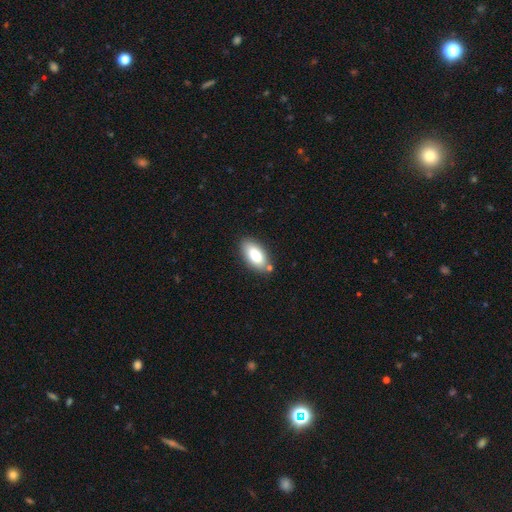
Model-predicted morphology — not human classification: A smooth galaxy with no disk features (77%) that is in between round and cigar-shaped (92%).

Vote fractions:
- Smooth or featured? smooth: 77% / featured or disk: 16% / star or artifact: 7%
- How rounded? in between: 92% / cigar-shaped: 5% / round: 3%
- Merging? none: 79% / minor disturbance: 12% / merger: 6% / major disturbance: 3%